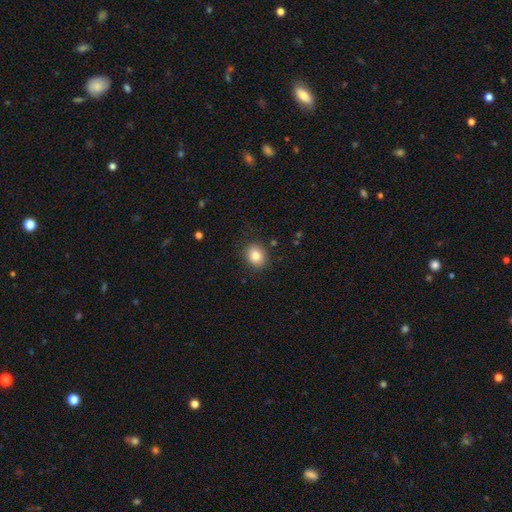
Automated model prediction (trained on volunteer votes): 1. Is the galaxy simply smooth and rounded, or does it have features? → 83% smooth, 10% star or artifact, 7% featured or disk.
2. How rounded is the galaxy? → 60% round, 40% in between, 1% cigar-shaped.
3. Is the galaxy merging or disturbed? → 88% none, 9% minor disturbance, 2% major disturbance, 1% merger.